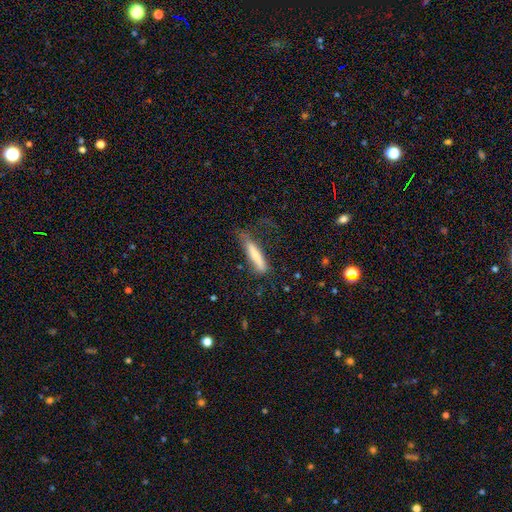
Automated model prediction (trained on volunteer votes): smooth_or_featured: smooth (p=0.72) [alt: featured or disk p=0.21]
how_rounded: cigar-shaped (p=0.88) [alt: in between p=0.11]
merging: none (p=0.48) [alt: minor disturbance p=0.28]